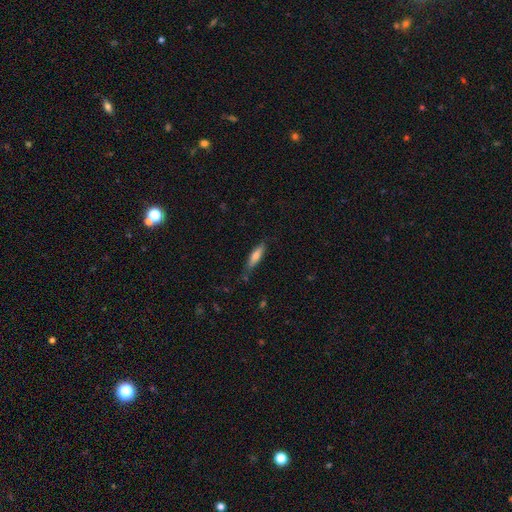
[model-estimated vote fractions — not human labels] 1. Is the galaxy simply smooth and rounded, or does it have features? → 70% smooth, 23% featured or disk, 6% star or artifact.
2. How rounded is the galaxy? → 65% cigar-shaped, 33% in between, 2% round.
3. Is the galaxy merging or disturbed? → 73% none, 20% minor disturbance, 4% major disturbance, 2% merger.